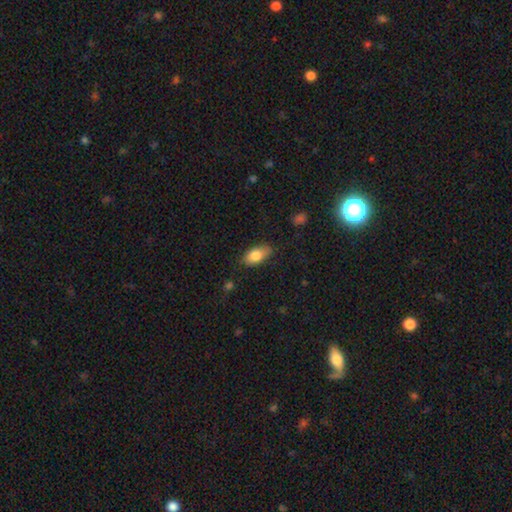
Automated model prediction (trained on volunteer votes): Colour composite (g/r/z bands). It shows a smooth galaxy with no disk features (80%) that is in between round and cigar-shaped (89%). Merging: none (81%).